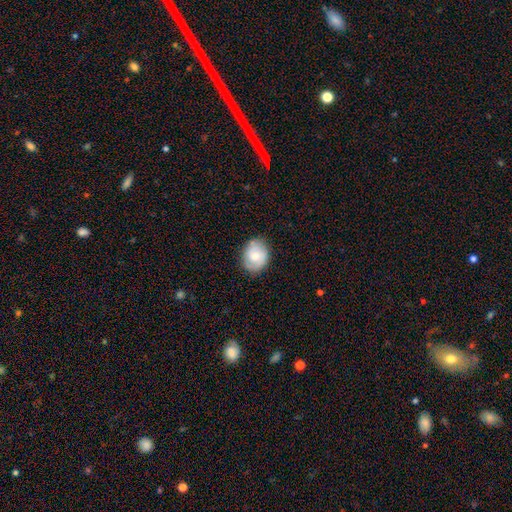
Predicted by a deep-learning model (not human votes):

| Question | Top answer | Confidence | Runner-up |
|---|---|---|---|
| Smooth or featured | smooth | 60% | featured or disk (33%) |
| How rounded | round | 53% | in between (47%) |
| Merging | none | 80% | minor disturbance (15%) |